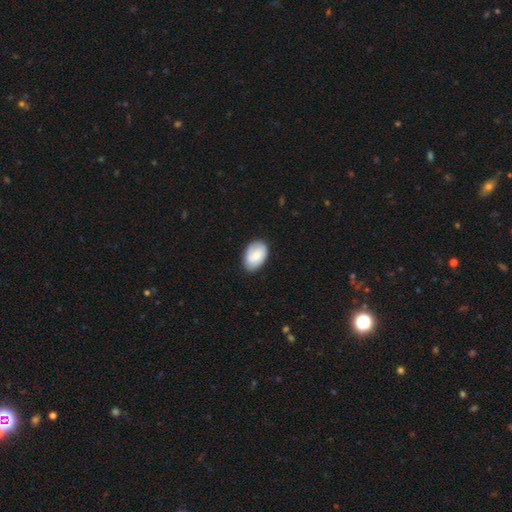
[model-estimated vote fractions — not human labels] Smooth or featured?
  - smooth: 67% *
  - featured or disk: 27%
  - star or artifact: 6%
How rounded?
  - in between: 87% *
  - round: 12%
  - cigar-shaped: 1%
Merging?
  - none: 77% *
  - minor disturbance: 18%
  - major disturbance: 4%
  - merger: 1%